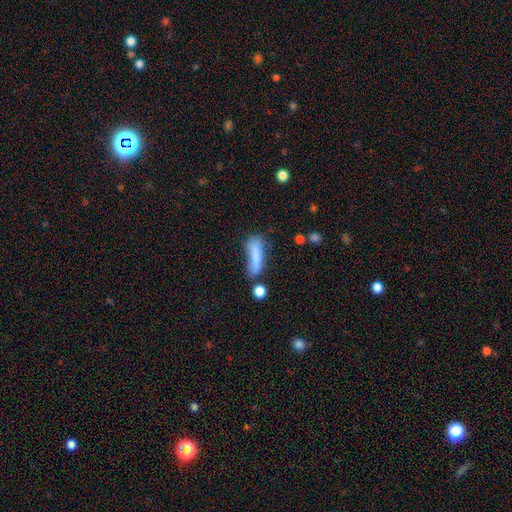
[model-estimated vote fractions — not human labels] smooth_or_featured: smooth (p=0.77) [alt: featured or disk p=0.14]
how_rounded: cigar-shaped (p=0.55) [alt: in between p=0.42]
merging: none (p=0.40) [alt: minor disturbance p=0.30]